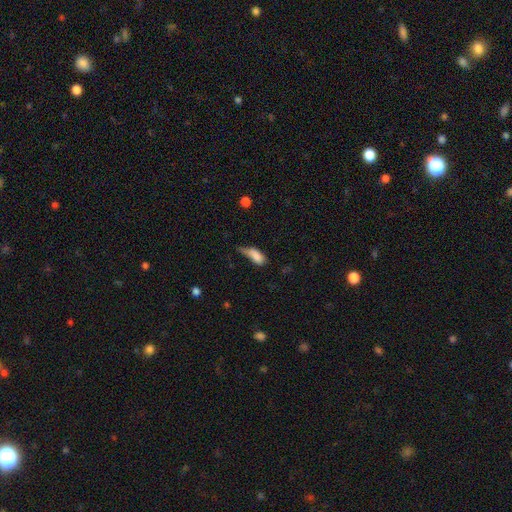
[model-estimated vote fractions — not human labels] A smooth galaxy with no disk features (78%) that is in between round and cigar-shaped (82%).

Vote fractions:
- Smooth or featured? smooth: 78% / featured or disk: 13% / star or artifact: 9%
- How rounded? in between: 82% / cigar-shaped: 14% / round: 4%
- Merging? minor disturbance: 40% / major disturbance: 32% / none: 21% / merger: 6%